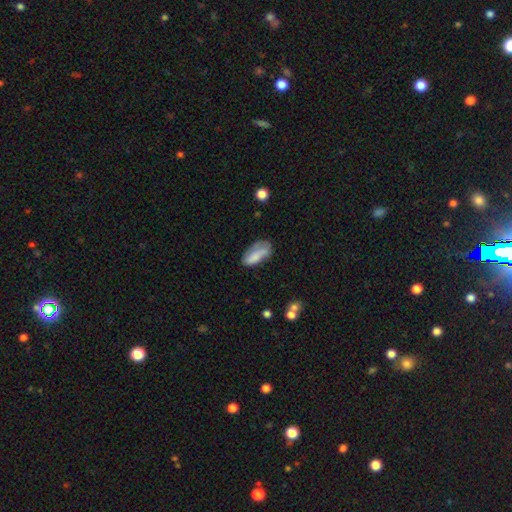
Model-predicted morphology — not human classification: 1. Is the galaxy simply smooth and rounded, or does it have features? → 71% smooth, 22% featured or disk, 7% star or artifact.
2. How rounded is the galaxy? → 85% in between, 13% cigar-shaped, 3% round.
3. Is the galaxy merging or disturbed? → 49% none, 31% minor disturbance, 16% major disturbance, 4% merger.